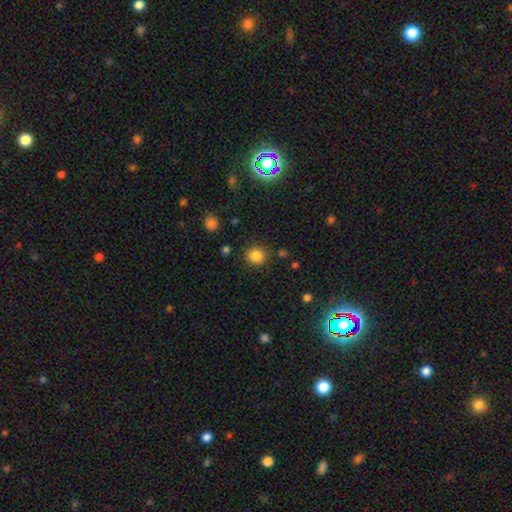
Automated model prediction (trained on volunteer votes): smooth_or_featured: smooth (p=0.84) [alt: star or artifact p=0.12]
how_rounded: round (p=0.91) [alt: in between p=0.09]
merging: none (p=0.86) [alt: minor disturbance p=0.08]